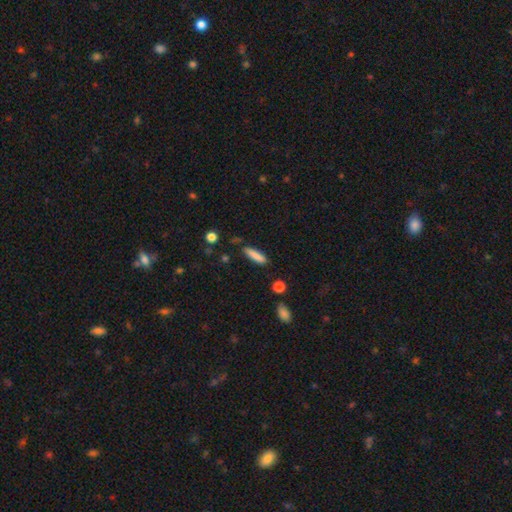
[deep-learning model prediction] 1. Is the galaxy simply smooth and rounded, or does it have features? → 84% smooth, 9% featured or disk, 7% star or artifact.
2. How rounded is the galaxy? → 80% cigar-shaped, 19% in between, 2% round.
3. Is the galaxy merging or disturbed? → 80% none, 14% minor disturbance, 3% major disturbance, 3% merger.